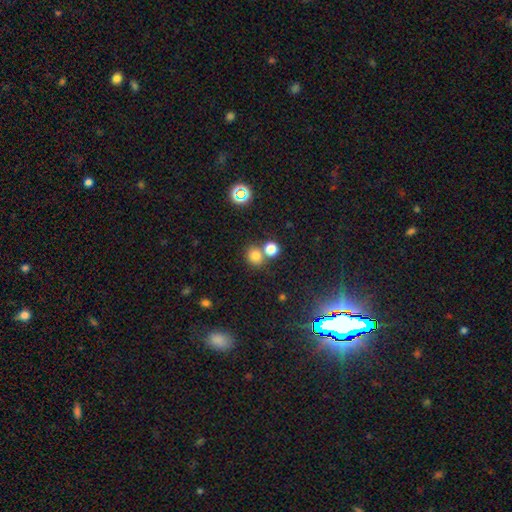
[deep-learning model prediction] Q: Smooth or featured?
A: smooth (76%); runner-up: star or artifact (17%)
Q: How rounded?
A: round (80%); runner-up: in between (19%)
Q: Merging?
A: none (58%); runner-up: merger (32%)